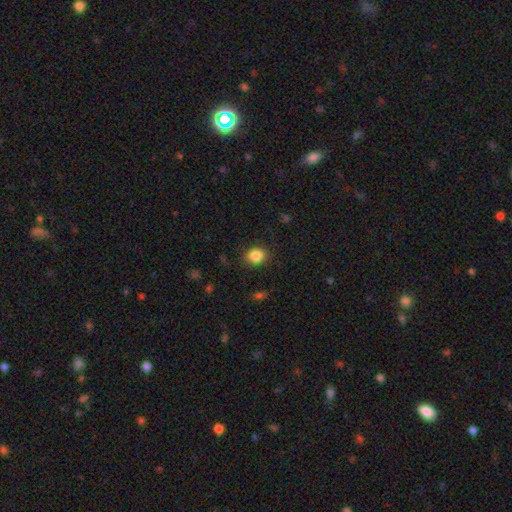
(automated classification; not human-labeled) Overall: smooth (86%). How rounded: round (55%; in between 44%). Merging: none (85%).